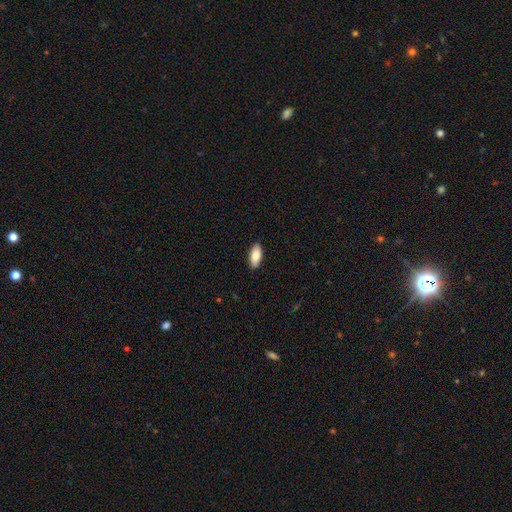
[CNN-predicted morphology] Q: Smooth or featured?
A: smooth (84%); runner-up: featured or disk (10%)
Q: How rounded?
A: in between (88%); runner-up: cigar-shaped (10%)
Q: Merging?
A: none (90%); runner-up: minor disturbance (8%)